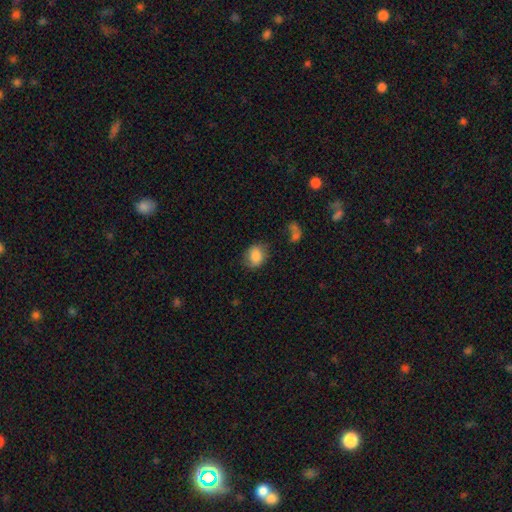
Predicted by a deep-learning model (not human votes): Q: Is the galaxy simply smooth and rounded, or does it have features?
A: smooth — 85%.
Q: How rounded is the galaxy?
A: in between — 53%.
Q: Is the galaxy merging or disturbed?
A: none — 74%.